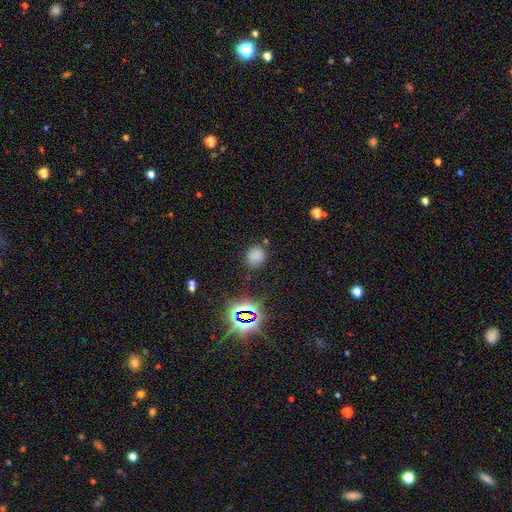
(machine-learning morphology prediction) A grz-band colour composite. It shows a smooth galaxy with no disk features (73%) that is round (77%). Merging: none (78%).